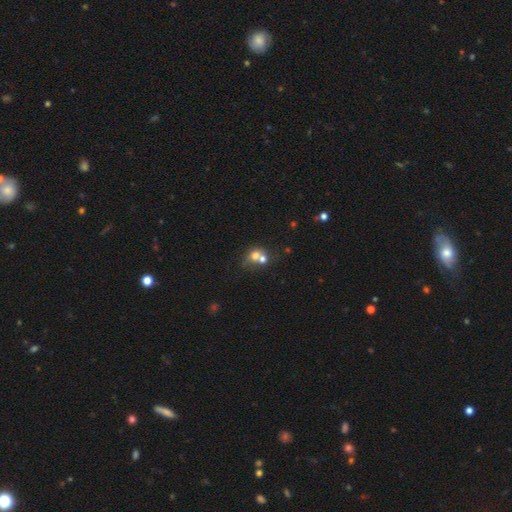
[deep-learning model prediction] Q: Smooth or featured?
A: smooth (65%); runner-up: featured or disk (21%)
Q: How rounded?
A: round (67%); runner-up: in between (32%)
Q: Merging?
A: merger (60%); runner-up: none (28%)